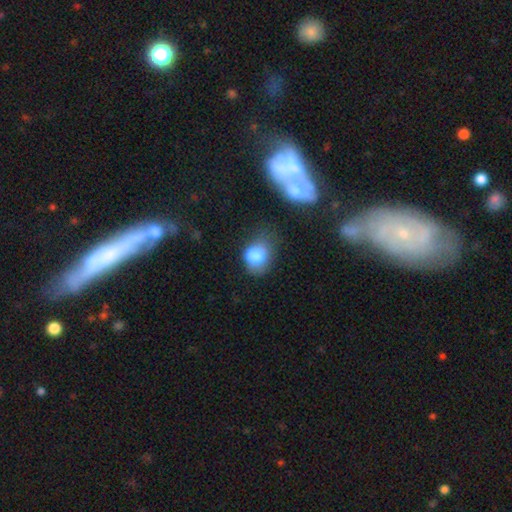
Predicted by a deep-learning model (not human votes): Morphology: type=smooth (78%); roundness=in between (56%); merging=none (39%).